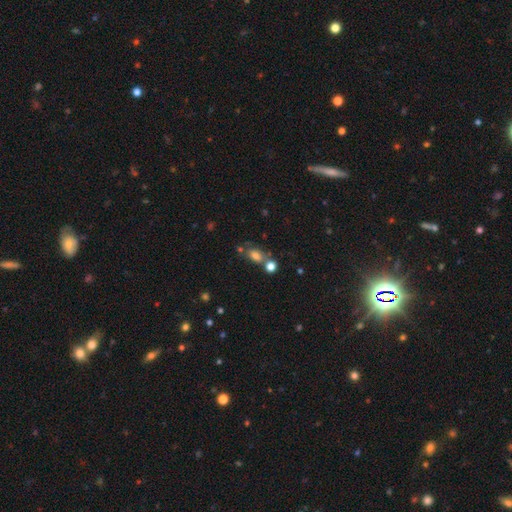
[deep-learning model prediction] smooth-or-featured: smooth: 73% | star or artifact: 15% | featured or disk: 12%
  how-rounded: in between: 78% | round: 18% | cigar-shaped: 4%
  merging: none: 51% | merger: 26% | minor disturbance: 16% | major disturbance: 7%